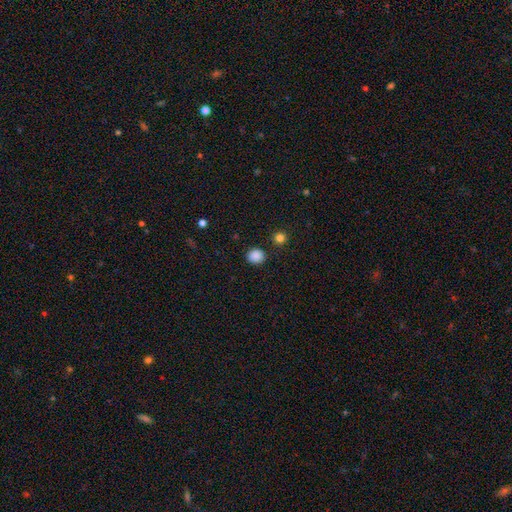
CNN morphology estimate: The model was most divided on "how rounded": round: 86%, in between: 13%, cigar-shaped: 1%. More confident: merging — none (89%); smooth or featured — smooth (87%).